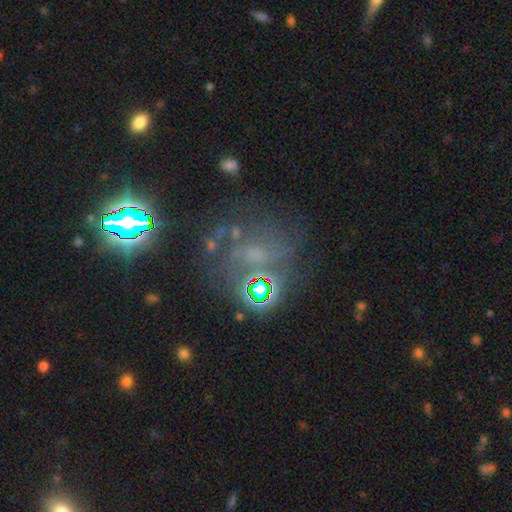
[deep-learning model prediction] smooth-or-featured: featured or disk: 37% | star or artifact: 35% | smooth: 28%
  merging: none: 53% | minor disturbance: 19% | major disturbance: 19% | merger: 8%